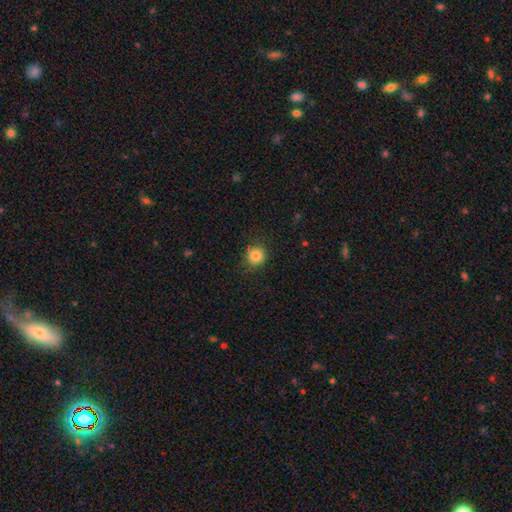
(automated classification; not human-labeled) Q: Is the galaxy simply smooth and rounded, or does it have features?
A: smooth — 85%.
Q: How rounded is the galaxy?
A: round — 92%.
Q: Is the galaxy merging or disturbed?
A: none — 87%.